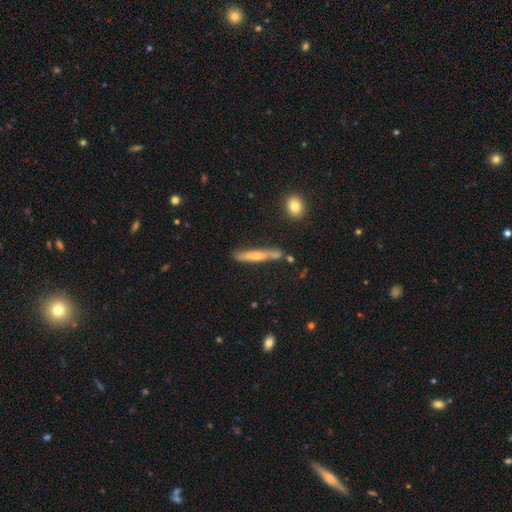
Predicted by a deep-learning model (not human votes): Overall: featured or disk (51%; smooth 42%). Edge-on disk: yes (92%). Merging: none (79%).